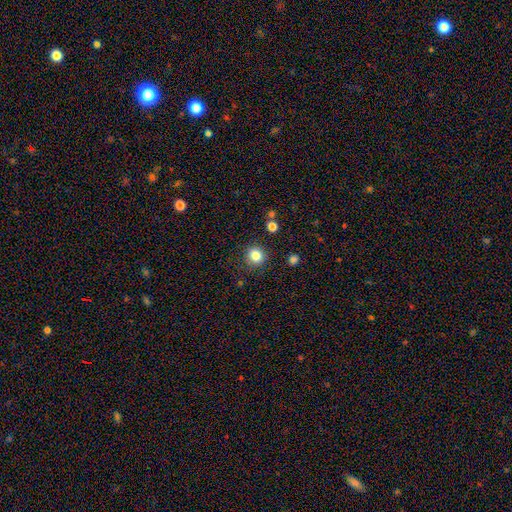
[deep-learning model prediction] Overall: smooth (83%). How rounded: round (90%). Merging: none (87%).